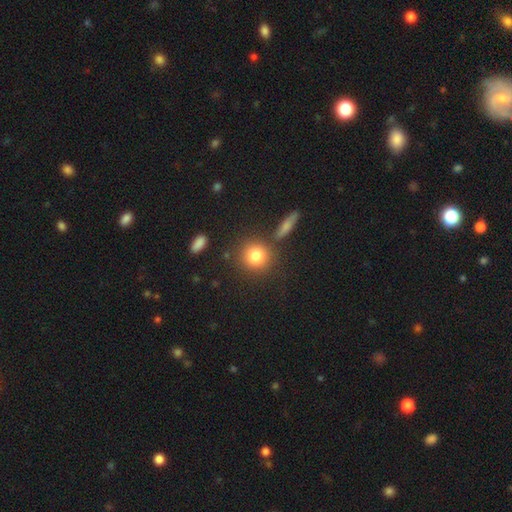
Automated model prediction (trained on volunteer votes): This is clearly a smooth galaxy (82%). How rounded: clearly round (88%). Merging: likely none (78%).